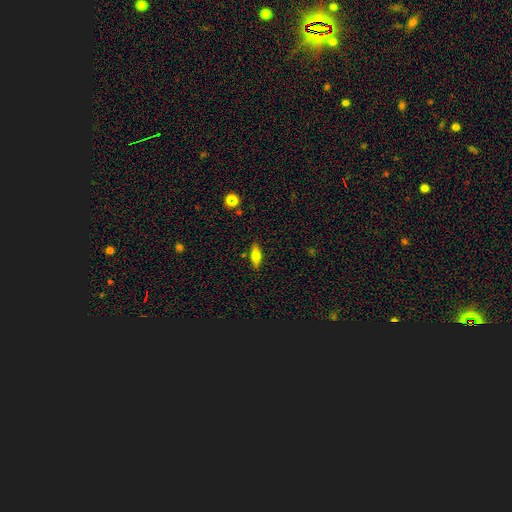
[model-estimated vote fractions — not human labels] smooth_or_featured: smooth (p=0.60) [alt: featured or disk p=0.32]
how_rounded: in between (p=0.51) [alt: cigar-shaped p=0.46]
merging: none (p=0.85) [alt: minor disturbance p=0.10]